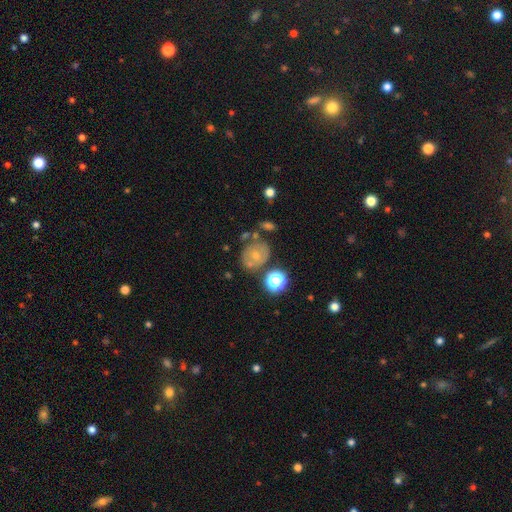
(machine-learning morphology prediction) This is possibly a smooth galaxy (47%). Merging: possibly none (58%).